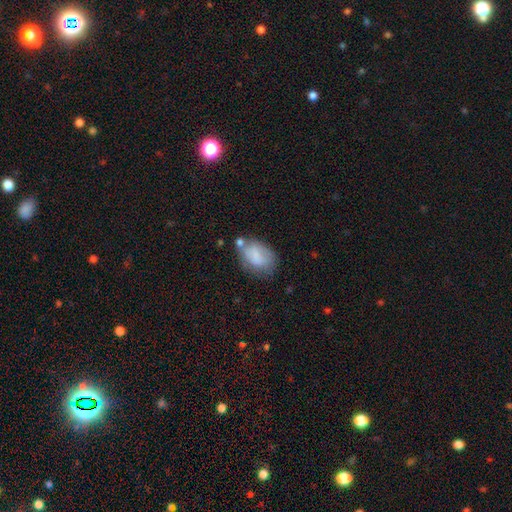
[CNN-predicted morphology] A smooth galaxy with no disk features (68%) that is in between round and cigar-shaped (82%).

Vote fractions:
- Smooth or featured? smooth: 68% / featured or disk: 23% / star or artifact: 9%
- How rounded? in between: 82% / round: 16% / cigar-shaped: 2%
- Merging? none: 42% / minor disturbance: 28% / merger: 16% / major disturbance: 14%